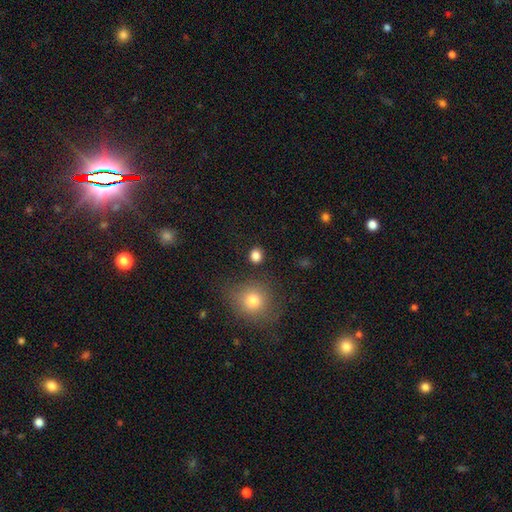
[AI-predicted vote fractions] smooth 83%, star or artifact 12%, featured or disk 4%. Down the decision tree: how rounded — round (80%); merging — none (85%).